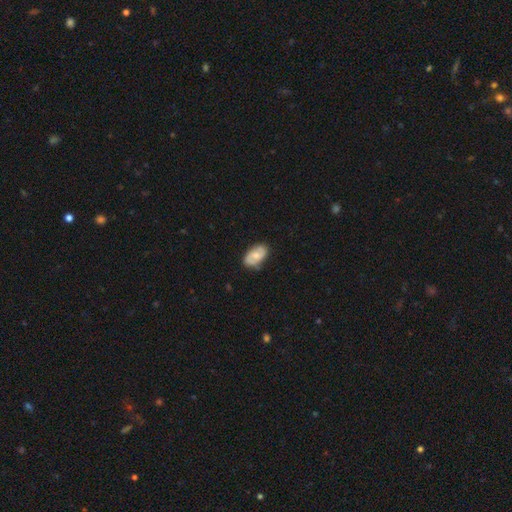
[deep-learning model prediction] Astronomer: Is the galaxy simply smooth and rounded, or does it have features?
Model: smooth — 51% (runner-up: featured or disk, 42%).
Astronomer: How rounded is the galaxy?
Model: in between — 92%.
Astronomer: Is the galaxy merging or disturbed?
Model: none — 75%.